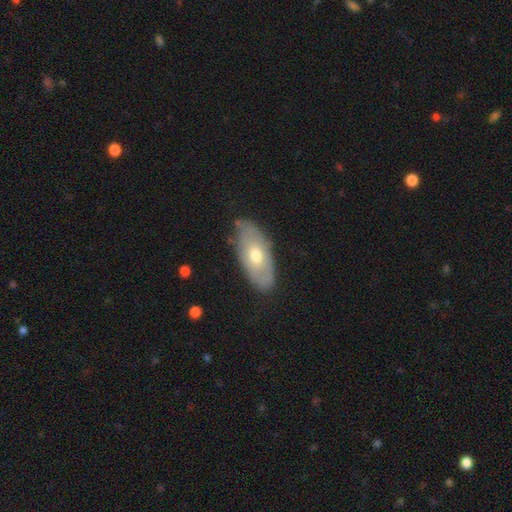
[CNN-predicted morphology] Smooth or featured?
  - smooth: 53% *
  - featured or disk: 41%
  - star or artifact: 6%
How rounded?
  - in between: 89% *
  - cigar-shaped: 8%
  - round: 3%
Merging?
  - none: 78% *
  - minor disturbance: 17%
  - major disturbance: 4%
  - merger: 2%